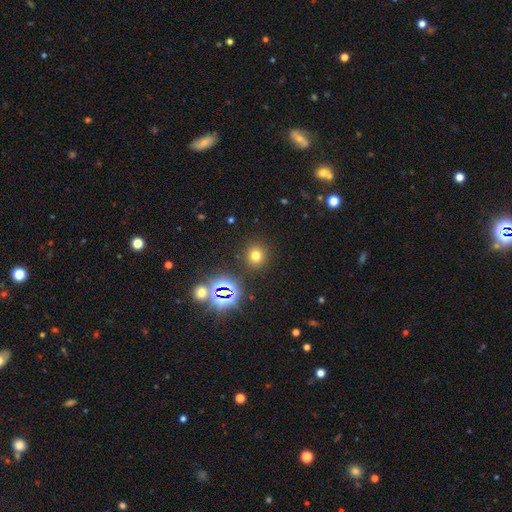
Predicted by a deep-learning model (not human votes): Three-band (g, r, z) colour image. It shows a smooth galaxy with no disk features (68%) that is round (89%). Merging: none (88%).